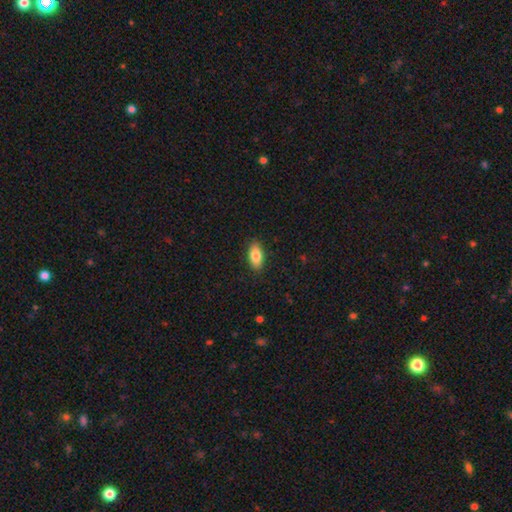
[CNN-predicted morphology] smooth 84%, featured or disk 9%, star or artifact 7%. Down the decision tree: how rounded — in between (90%); merging — none (88%).